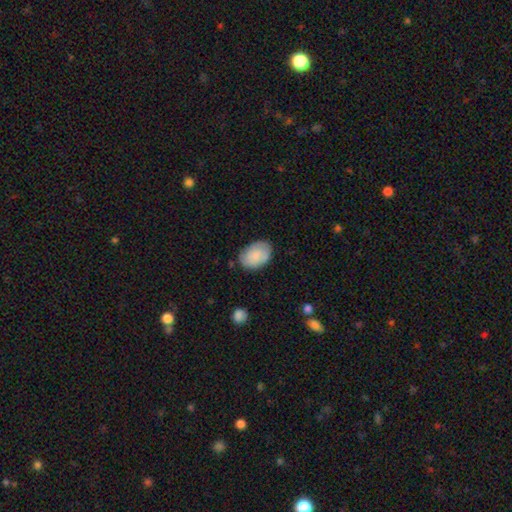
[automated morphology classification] Smooth or featured: smooth — 83% (featured or disk — 11%)
How rounded: in between — 86% (round — 13%)
Merging: none — 77% (minor disturbance — 17%)